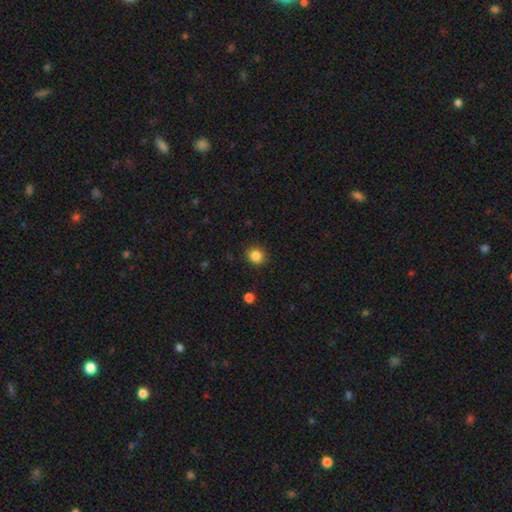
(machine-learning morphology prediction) Smooth or featured? Predicted: smooth (p=0.86). How rounded? Predicted: round (p=0.85). Merging? Predicted: none (p=0.89).